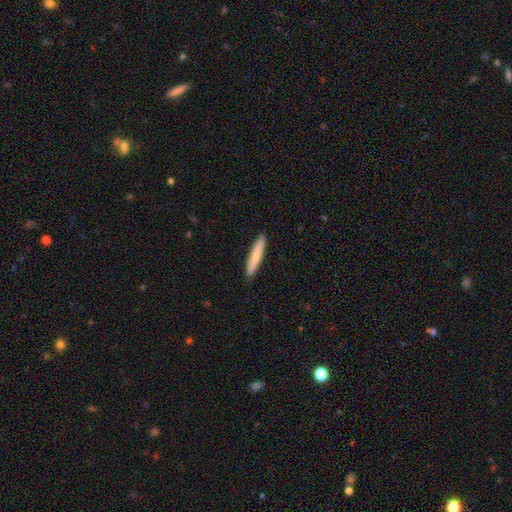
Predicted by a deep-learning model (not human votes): A smooth galaxy with no disk features (78%) that is cigar-shaped (93%). Merging: none (91%).